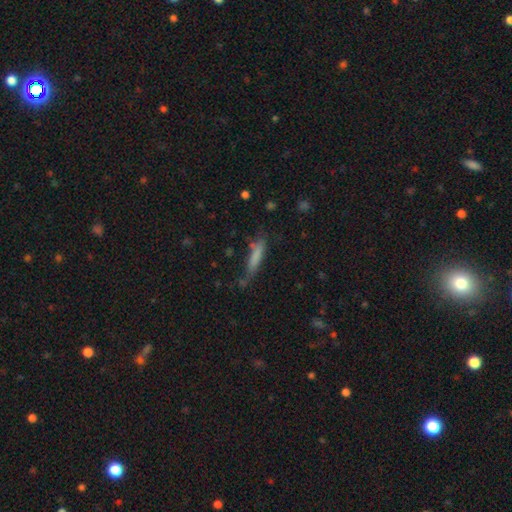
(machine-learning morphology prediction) Q: Smooth or featured?
A: smooth (75%); runner-up: featured or disk (17%)
Q: How rounded?
A: cigar-shaped (85%); runner-up: in between (13%)
Q: Merging?
A: none (61%); runner-up: minor disturbance (25%)